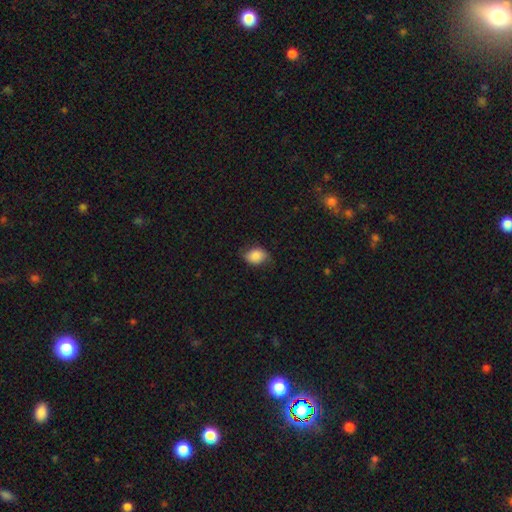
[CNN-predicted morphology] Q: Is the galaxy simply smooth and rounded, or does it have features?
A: smooth — 82%.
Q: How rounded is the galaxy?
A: in between — 68%.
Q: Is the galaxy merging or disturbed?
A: none — 69%.